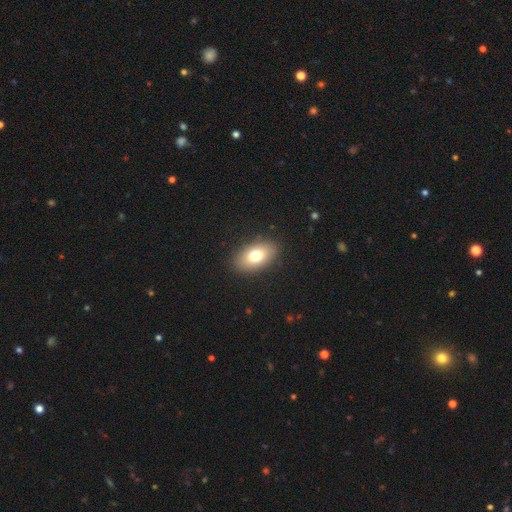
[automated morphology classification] This is likely a smooth galaxy (75%). How rounded: clearly in between (90%). Merging: clearly none (88%).